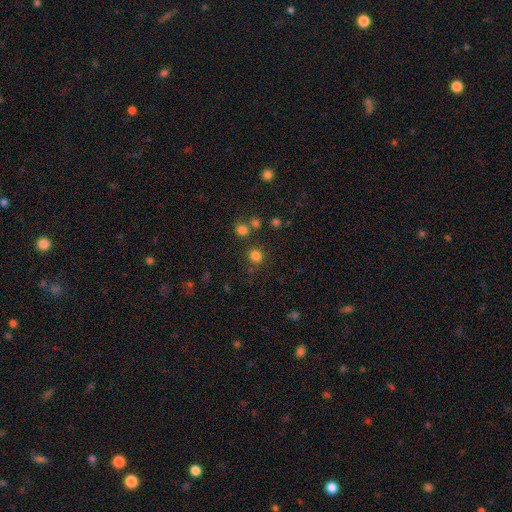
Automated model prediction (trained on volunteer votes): This appears to be a smooth galaxy with no disk features (80%) that is round (90%). Merging: none (81%).